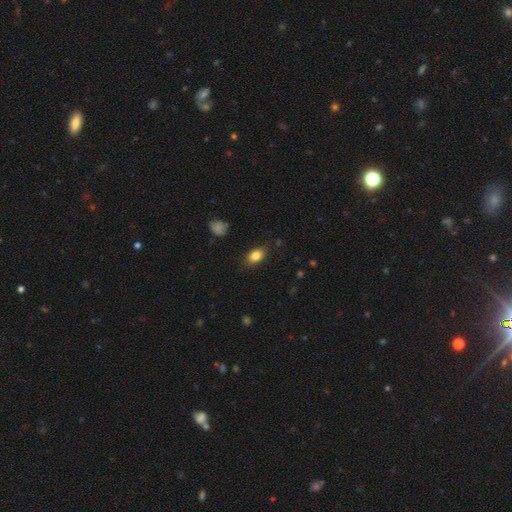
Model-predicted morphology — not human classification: This appears to be a smooth galaxy with no disk features (84%) that is in between round and cigar-shaped (83%). Merging: none (83%).